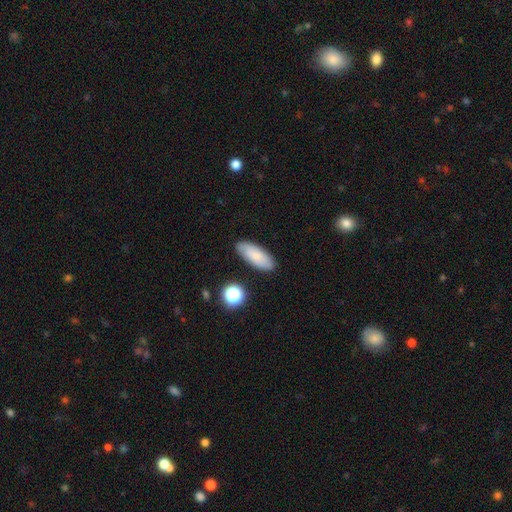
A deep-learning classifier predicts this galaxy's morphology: A smooth galaxy with no disk features (78%) that is in between round and cigar-shaped (78%).

Vote fractions:
- Smooth or featured? smooth: 78% / featured or disk: 14% / star or artifact: 8%
- How rounded? in between: 78% / cigar-shaped: 19% / round: 2%
- Merging? none: 86% / minor disturbance: 10% / major disturbance: 2% / merger: 2%